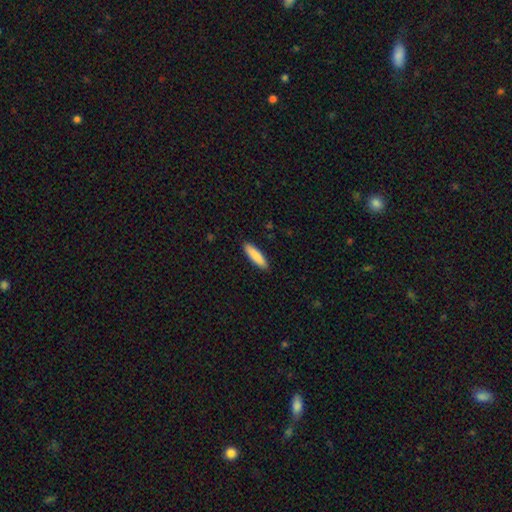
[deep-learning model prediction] smooth 87%, featured or disk 7%, star or artifact 5%. Down the decision tree: how rounded — cigar-shaped (70%); merging — none (90%).